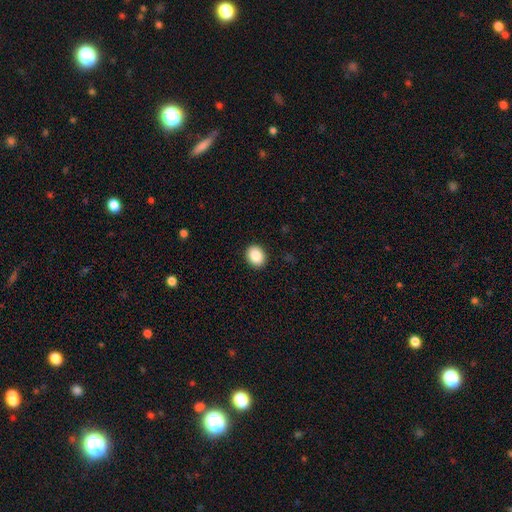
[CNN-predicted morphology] smooth_or_featured: smooth (p=0.87) [alt: star or artifact p=0.08]
how_rounded: round (p=0.50) [alt: in between p=0.49]
merging: none (p=0.91) [alt: minor disturbance p=0.06]